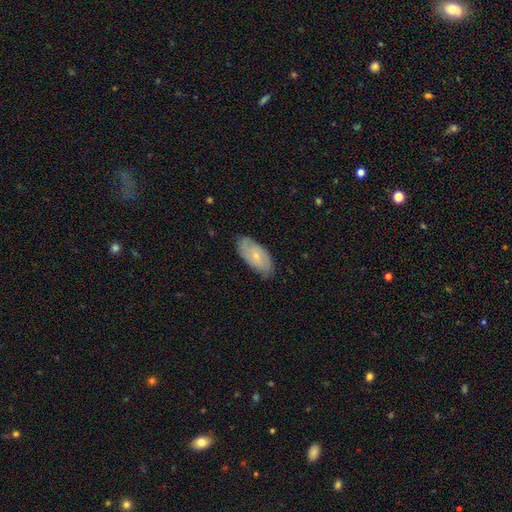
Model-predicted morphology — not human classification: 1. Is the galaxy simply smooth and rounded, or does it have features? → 53% smooth, 41% featured or disk, 6% star or artifact.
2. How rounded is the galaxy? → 89% in between, 8% cigar-shaped, 3% round.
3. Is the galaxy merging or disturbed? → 79% none, 17% minor disturbance, 3% major disturbance, 1% merger.